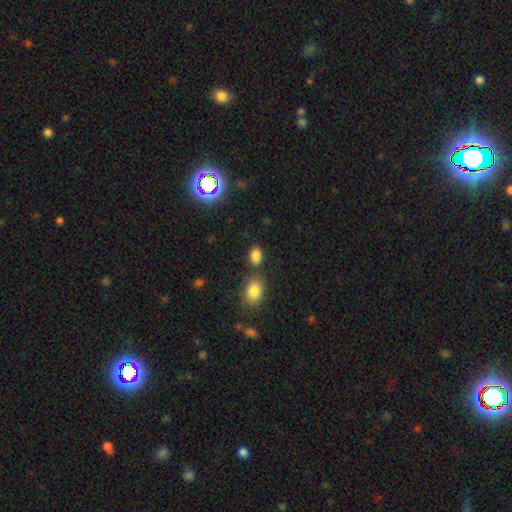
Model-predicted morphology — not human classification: Q: Smooth or featured?
A: smooth (82%); runner-up: star or artifact (13%)
Q: How rounded?
A: in between (83%); runner-up: round (16%)
Q: Merging?
A: none (73%); runner-up: minor disturbance (12%)